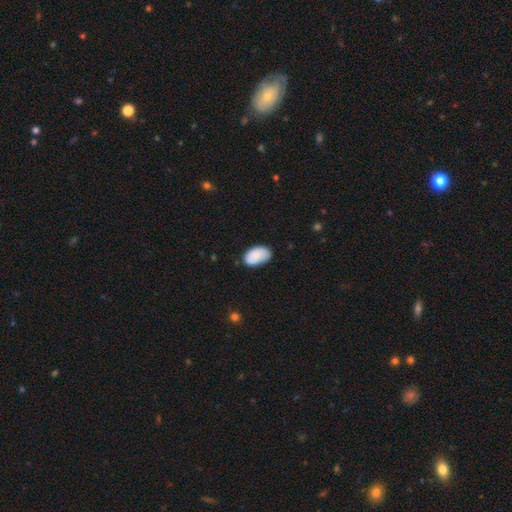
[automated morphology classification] A smooth galaxy with no disk features (84%) that is in between round and cigar-shaped (95%).

Vote fractions:
- Smooth or featured? smooth: 84% / featured or disk: 9% / star or artifact: 6%
- How rounded? in between: 95% / round: 4% / cigar-shaped: 1%
- Merging? none: 73% / minor disturbance: 22% / major disturbance: 4% / merger: 2%